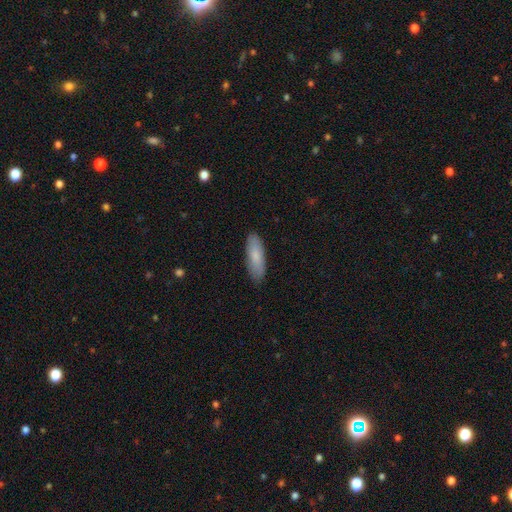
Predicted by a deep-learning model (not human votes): Smooth or featured?
  - smooth: 82% *
  - featured or disk: 12%
  - star or artifact: 6%
How rounded?
  - in between: 57% *
  - cigar-shaped: 42%
  - round: 2%
Merging?
  - none: 86% *
  - minor disturbance: 11%
  - major disturbance: 2%
  - merger: 1%